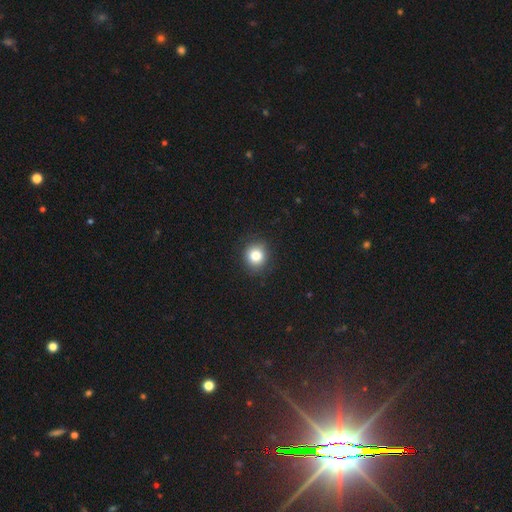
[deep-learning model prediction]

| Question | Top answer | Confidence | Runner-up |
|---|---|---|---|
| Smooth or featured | smooth | 83% | star or artifact (11%) |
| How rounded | round | 84% | in between (15%) |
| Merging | none | 89% | minor disturbance (8%) |